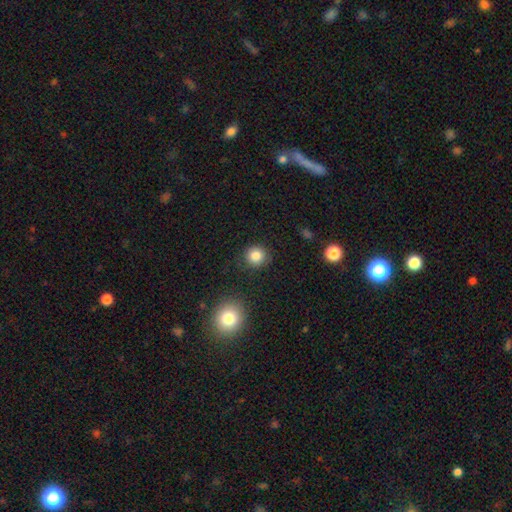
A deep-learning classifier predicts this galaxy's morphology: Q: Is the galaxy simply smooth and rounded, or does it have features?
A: smooth — 84%.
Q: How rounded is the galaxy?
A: round — 90%.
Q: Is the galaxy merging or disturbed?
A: none — 87%.